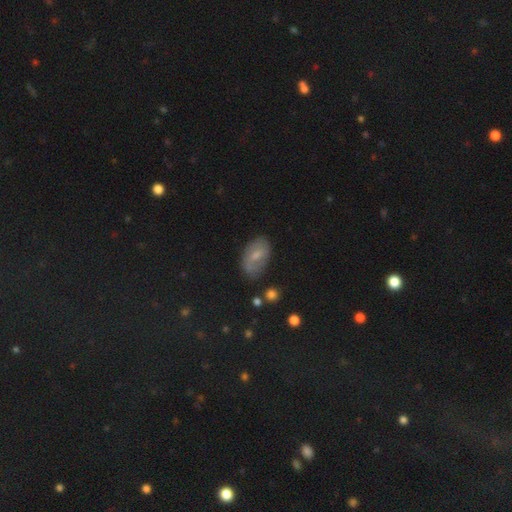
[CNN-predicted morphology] type=smooth (55%); roundness=in between (90%); merging=none (67%).